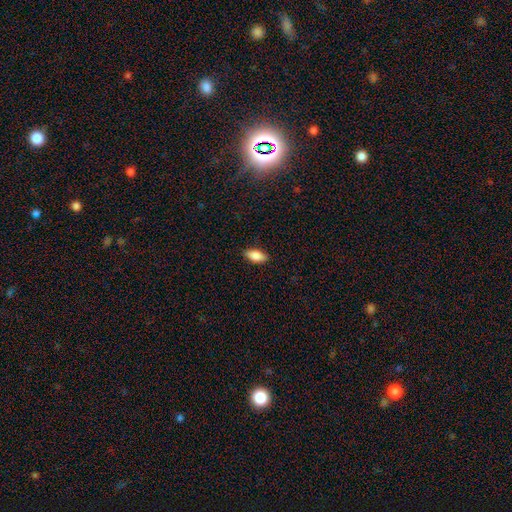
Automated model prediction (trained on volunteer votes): This appears to be a smooth galaxy with no disk features (85%) that is in between round and cigar-shaped (85%). Merging: none (87%).